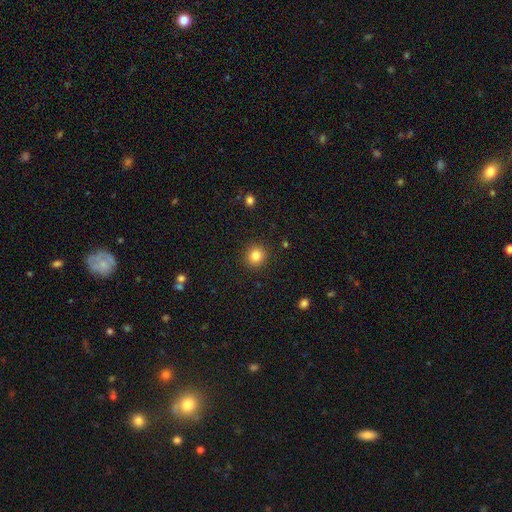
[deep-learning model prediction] Smooth or featured? smooth (83%)
How rounded? round (92%)
Merging? none (91%)